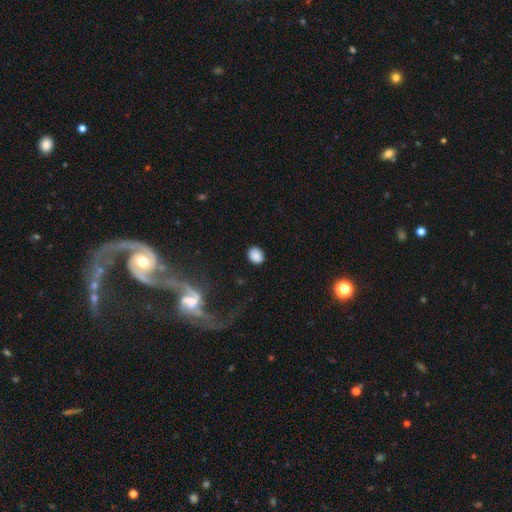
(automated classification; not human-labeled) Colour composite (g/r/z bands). It shows a smooth galaxy with no disk features (84%) that is in between round and cigar-shaped (57%). Merging: none (83%).